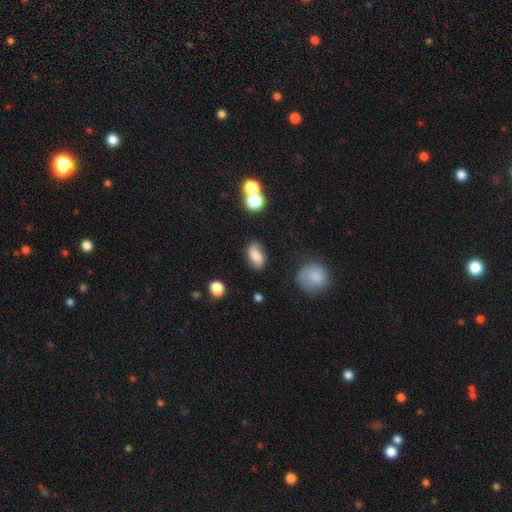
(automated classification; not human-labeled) Smooth or featured? Predicted: smooth (p=0.60). How rounded? Predicted: in between (p=0.86). Merging? Predicted: none (p=0.75).